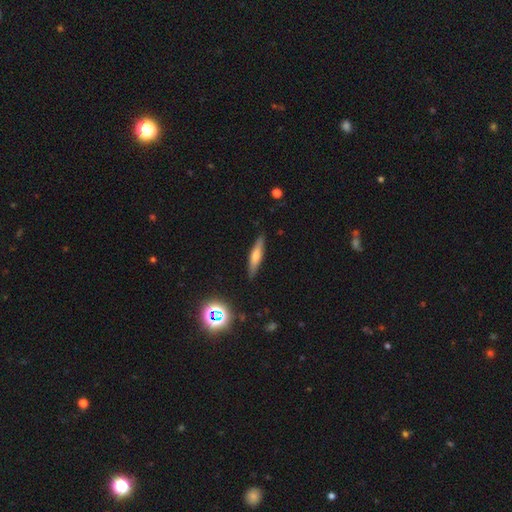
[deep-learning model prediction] Overall: smooth (48%; featured or disk 42%). Merging: none (88%).